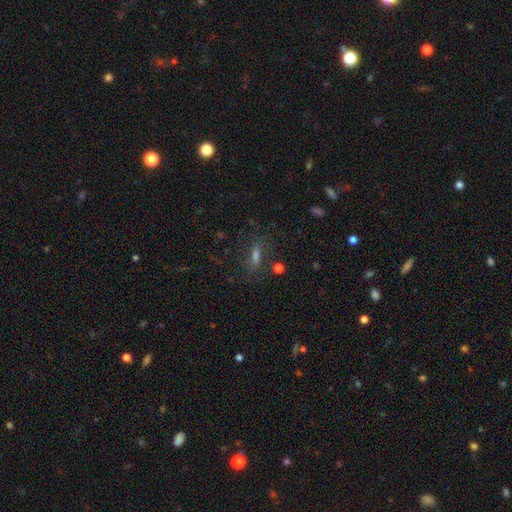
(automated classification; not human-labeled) Smooth or featured? smooth (46%)
Merging? none (75%)